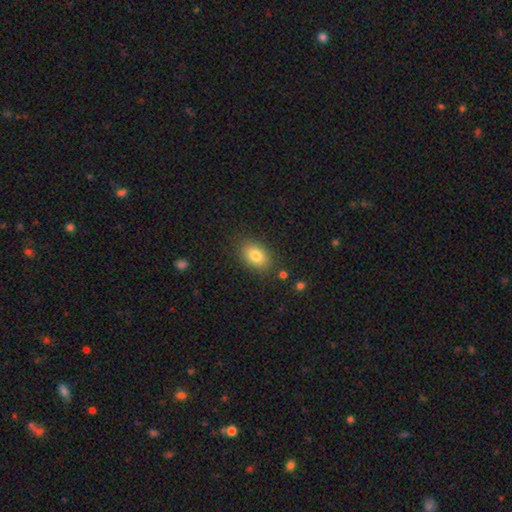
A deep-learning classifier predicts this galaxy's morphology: smooth 81%, featured or disk 10%, star or artifact 9%. Down the decision tree: how rounded — in between (81%); merging — none (85%).